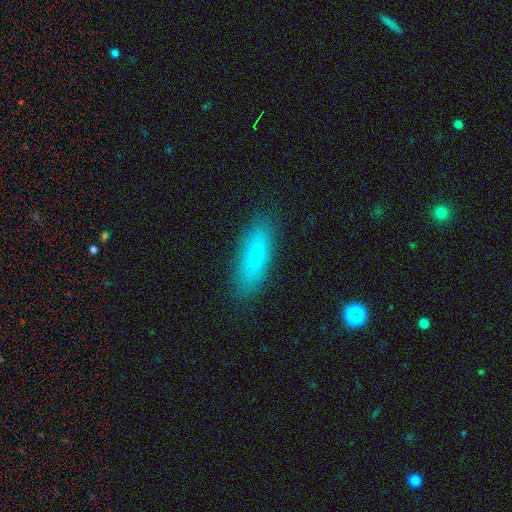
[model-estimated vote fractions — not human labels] A smooth galaxy with no disk features (77%) that is in between round and cigar-shaped (52%). Merging: none (84%).